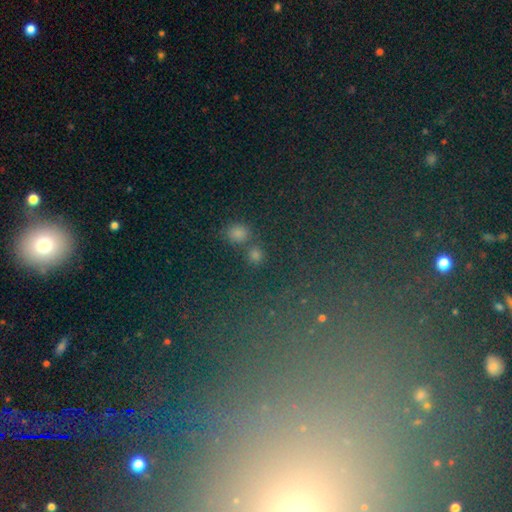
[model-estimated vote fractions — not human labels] Morphology: type=star or artifact (50%).